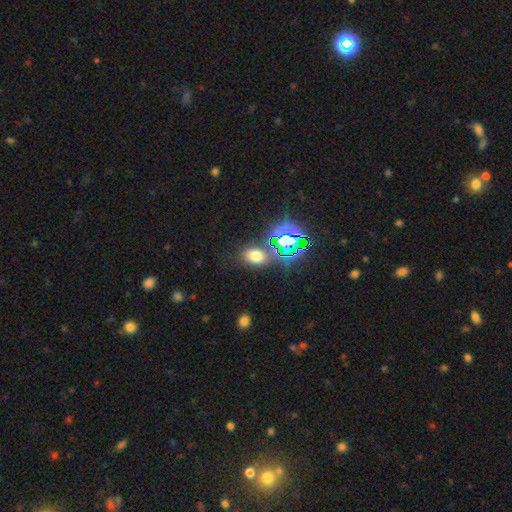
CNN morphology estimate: smooth-or-featured: smooth: 60% | star or artifact: 32% | featured or disk: 8%
  how-rounded: in between: 71% | round: 27% | cigar-shaped: 2%
  merging: none: 76% | minor disturbance: 12% | merger: 7% | major disturbance: 5%